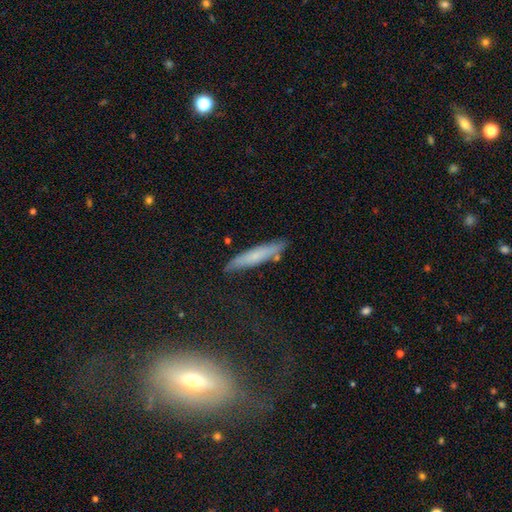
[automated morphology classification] Q: Smooth or featured?
A: smooth (62%); runner-up: featured or disk (30%)
Q: How rounded?
A: cigar-shaped (90%); runner-up: in between (8%)
Q: Merging?
A: none (83%); runner-up: minor disturbance (12%)